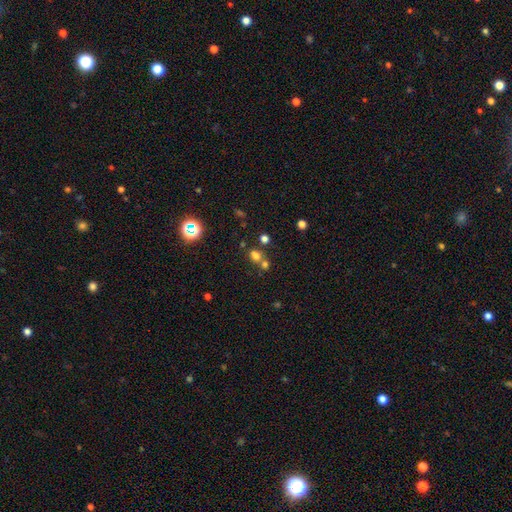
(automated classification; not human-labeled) Smooth or featured? smooth (65%)
How rounded? round (61%)
Merging? none (48%)